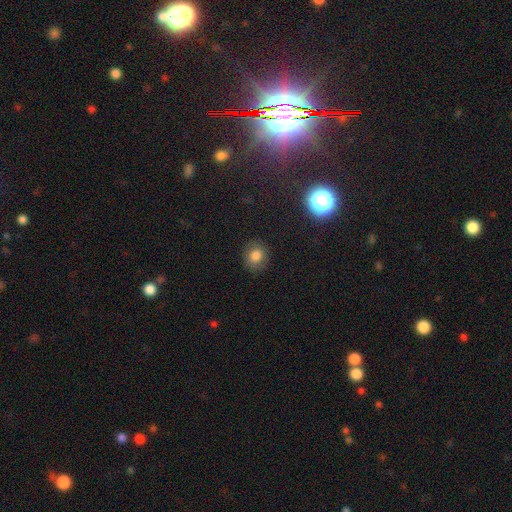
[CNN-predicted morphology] Smooth or featured: smooth — 80% (star or artifact — 12%)
How rounded: round — 70% (in between — 29%)
Merging: none — 85% (minor disturbance — 11%)